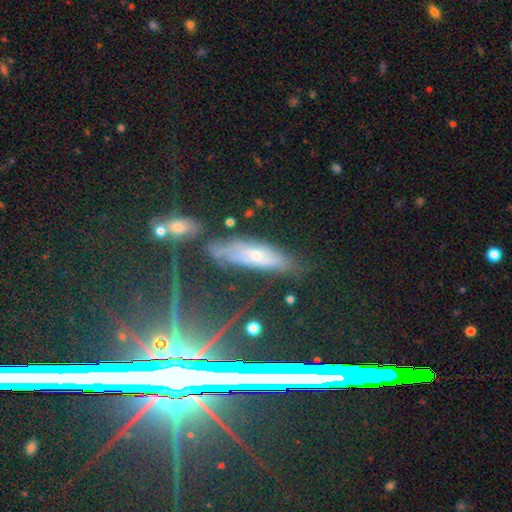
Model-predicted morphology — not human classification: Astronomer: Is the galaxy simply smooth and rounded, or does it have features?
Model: featured or disk — 45% (runner-up: smooth, 35%).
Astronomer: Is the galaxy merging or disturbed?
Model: none — 65%.